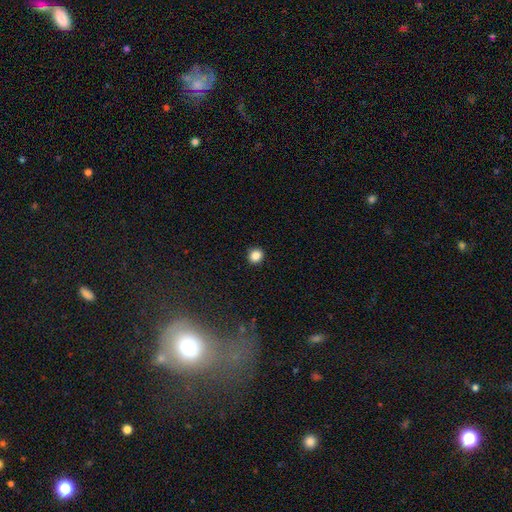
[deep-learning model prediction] A smooth galaxy with no disk features (86%) that is round (88%). Merging: none (93%).